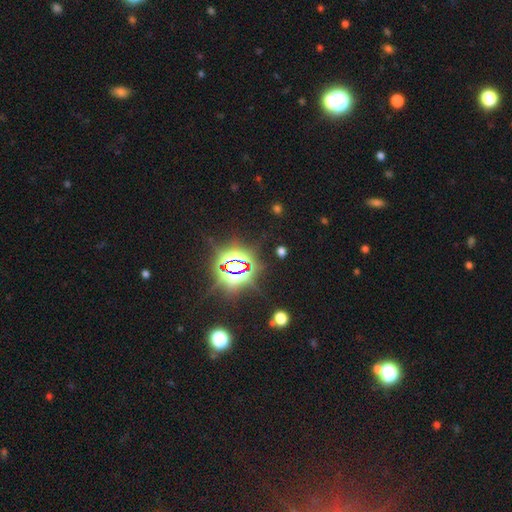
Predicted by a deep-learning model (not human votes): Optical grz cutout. It shows a star or artifact, not a galaxy (84%).